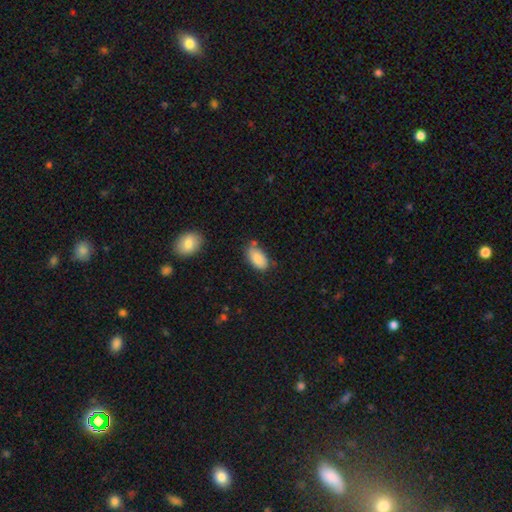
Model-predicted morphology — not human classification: This is clearly a smooth galaxy (86%). How rounded: clearly in between (94%). Merging: likely none (68%).